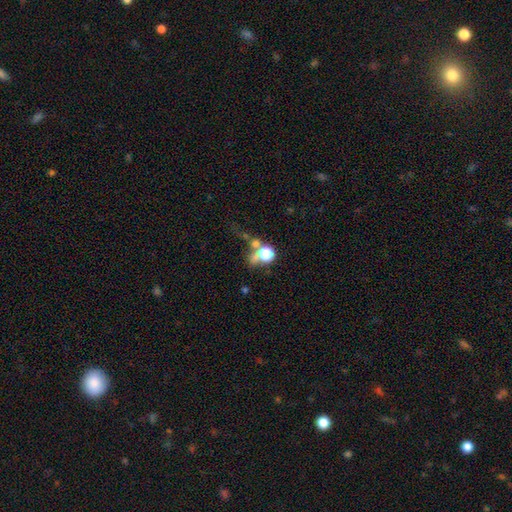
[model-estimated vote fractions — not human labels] Morphology: type=smooth (44%); merging=none (44%).